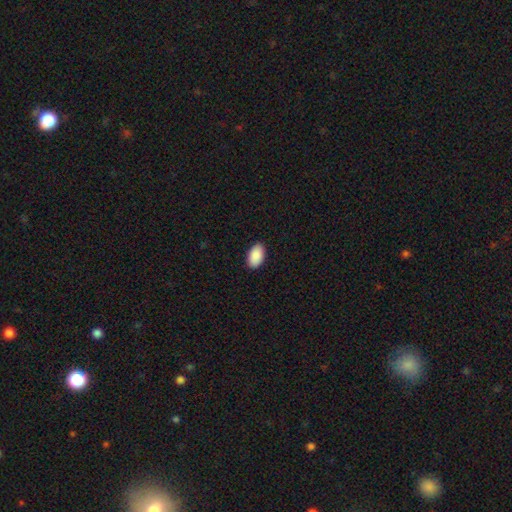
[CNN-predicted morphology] Smooth or featured?
  - smooth: 91% *
  - star or artifact: 6%
  - featured or disk: 3%
How rounded?
  - in between: 95% *
  - round: 4%
  - cigar-shaped: 1%
Merging?
  - none: 90% *
  - minor disturbance: 8%
  - major disturbance: 2%
  - merger: 1%